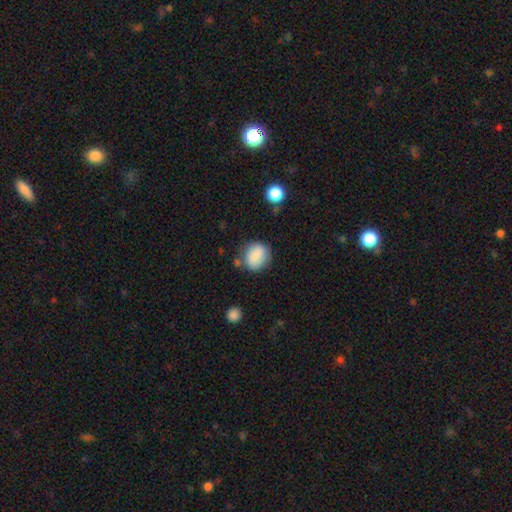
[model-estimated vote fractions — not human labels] Smooth or featured? smooth (82%)
How rounded? round (68%)
Merging? none (69%)